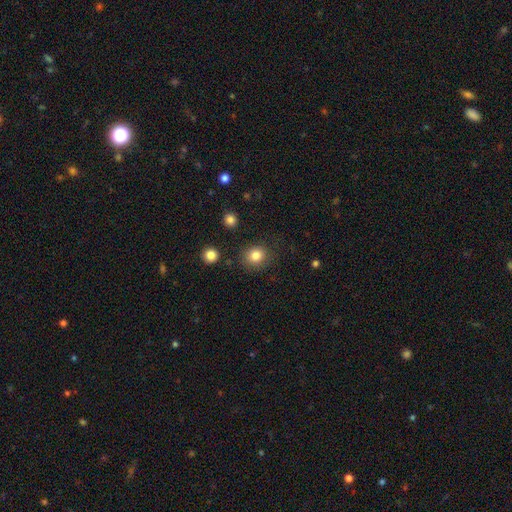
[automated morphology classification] The model was most divided on "how rounded": round: 79%, in between: 20%, cigar-shaped: 1%. More confident: merging — none (83%); smooth or featured — smooth (82%).